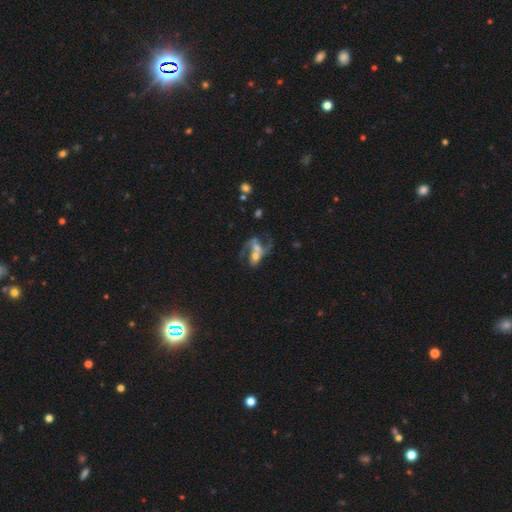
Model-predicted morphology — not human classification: A featured or disk galaxy (63%) with no bar (55%), spiral arms (69%) and a moderate central bulge (42%). Merging: merger (54%).